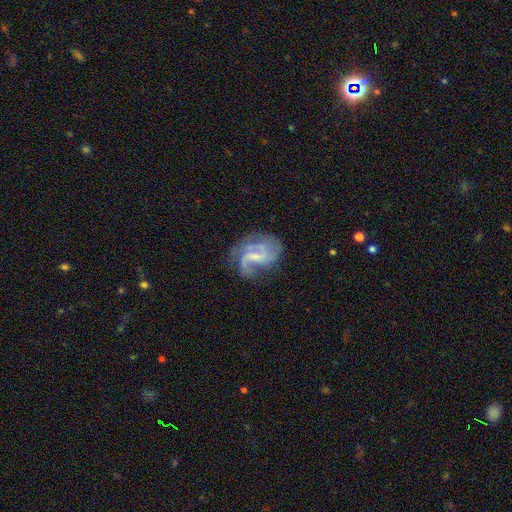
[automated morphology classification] Smooth or featured? Predicted: featured or disk (p=0.81). Edge-on disk? Predicted: no (p=0.98). Bar? Predicted: weak (p=0.55). Spiral arms? Predicted: yes (p=0.92). Spiral winding? Predicted: medium (p=0.43). Spiral arm count? Predicted: 2 (p=0.43). Bulge size? Predicted: small (p=0.54). Merging? Predicted: none (p=0.52).